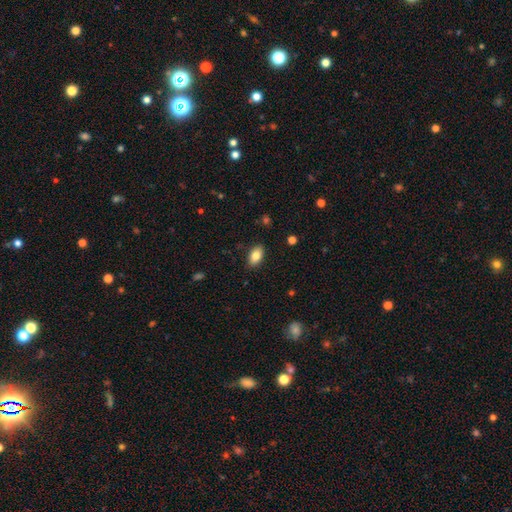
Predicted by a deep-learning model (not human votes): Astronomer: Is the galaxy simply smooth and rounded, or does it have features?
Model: smooth — 82%.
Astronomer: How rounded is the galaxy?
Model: in between — 92%.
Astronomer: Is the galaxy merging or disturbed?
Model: none — 87%.